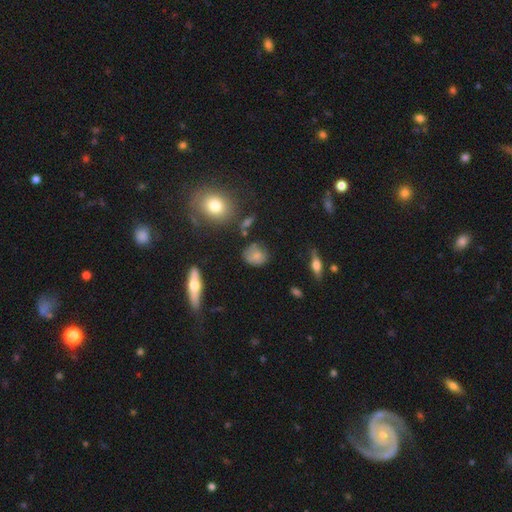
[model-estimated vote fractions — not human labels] smooth 70%, featured or disk 18%, star or artifact 12%. Down the decision tree: how rounded — round (61%); merging — none (63%).